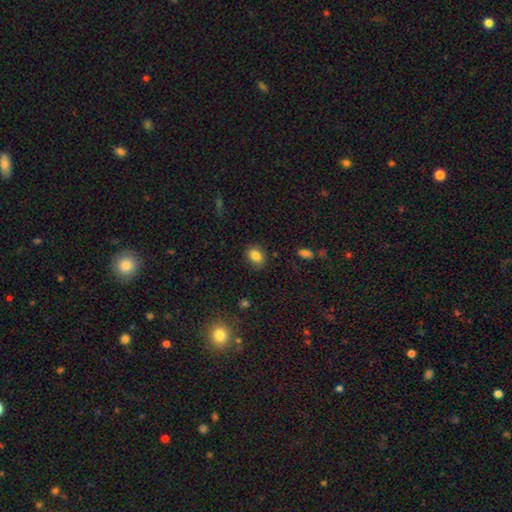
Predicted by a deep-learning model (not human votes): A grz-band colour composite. It shows a smooth galaxy with no disk features (84%) that is in between round and cigar-shaped (53%). Merging: none (81%).